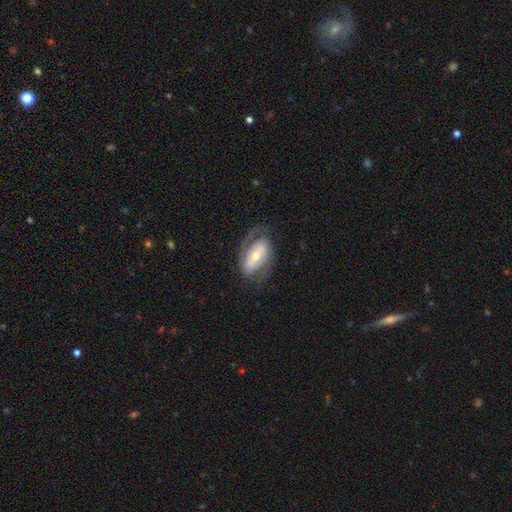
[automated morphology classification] smooth_or_featured: featured or disk (p=0.66) [alt: smooth p=0.28]
disk_edge_on: no (p=0.92) [alt: yes p=0.08]
bar: no (p=0.40) [alt: strong p=0.32]
has_spiral_arms: yes (p=0.69) [alt: no p=0.31]
bulge_size: moderate (p=0.57) [alt: small p=0.35]
merging: none (p=0.64) [alt: minor disturbance p=0.19]